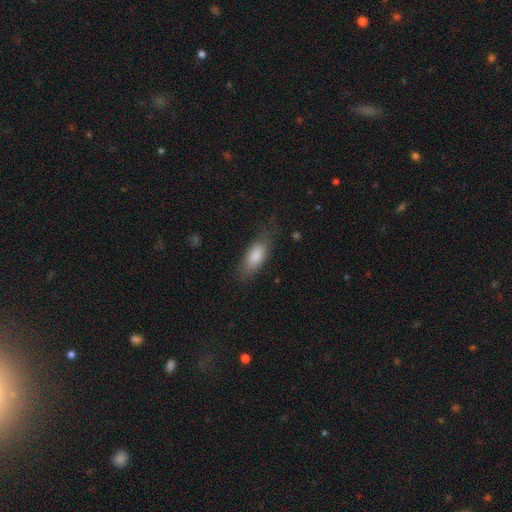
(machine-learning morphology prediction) The model was most divided on "merging": none: 69%, minor disturbance: 21%, major disturbance: 8%, merger: 1%. More confident: smooth or featured — smooth (84%); how rounded — in between (79%).